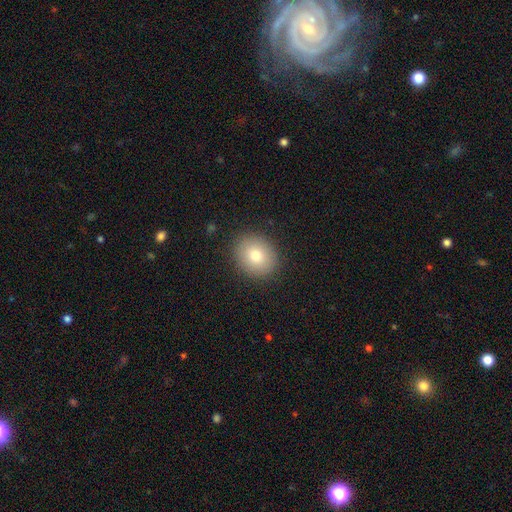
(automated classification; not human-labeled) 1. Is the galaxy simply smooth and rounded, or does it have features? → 77% smooth, 13% featured or disk, 10% star or artifact.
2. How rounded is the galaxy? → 68% round, 31% in between, 1% cigar-shaped.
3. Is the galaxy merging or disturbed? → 89% none, 8% minor disturbance, 2% major disturbance, 1% merger.